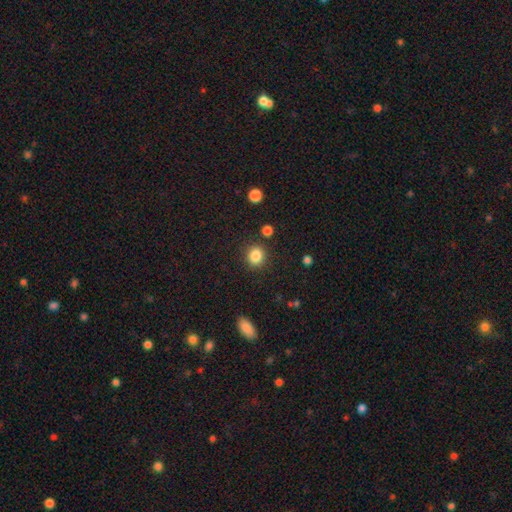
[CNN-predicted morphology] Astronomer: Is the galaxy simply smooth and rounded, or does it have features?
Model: smooth — 85%.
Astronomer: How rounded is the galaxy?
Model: round — 78%.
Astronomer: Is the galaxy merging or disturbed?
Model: none — 86%.